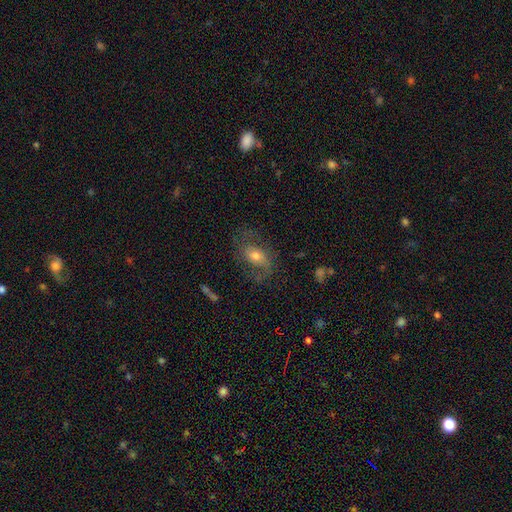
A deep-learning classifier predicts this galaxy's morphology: Smooth or featured?
  - featured or disk: 59% *
  - smooth: 24%
  - star or artifact: 16%
Edge-on disk?
  - no: 95% *
  - yes: 5%
Bar?
  - no: 49% *
  - weak: 36%
  - strong: 15%
Spiral arms?
  - yes: 81% *
  - no: 19%
Bulge size?
  - moderate: 62% *
  - small: 25%
  - large: 9%
  - none: 2%
  - dominant: 2%
Merging?
  - none: 72% *
  - minor disturbance: 16%
  - major disturbance: 11%
  - merger: 2%